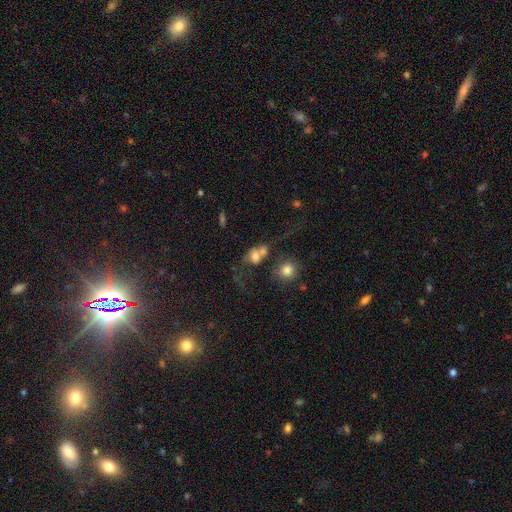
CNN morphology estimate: The model was most divided on "how rounded": in between: 54%, round: 44%, cigar-shaped: 2%. More confident: smooth or featured — smooth (64%); merging — merger (51%).